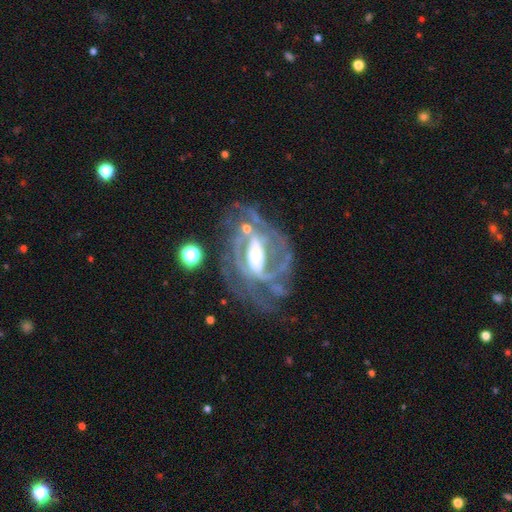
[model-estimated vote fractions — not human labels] The model was most divided on "spiral winding": tight: 43%, medium: 42%, loose: 15%. Remaining: edge-on disk — no (96%); spiral arms — yes (92%); smooth or featured — featured or disk (88%); merging — none (50%); spiral arm count — 2 (45%); bulge size — small (44%); bar — strong (38%).